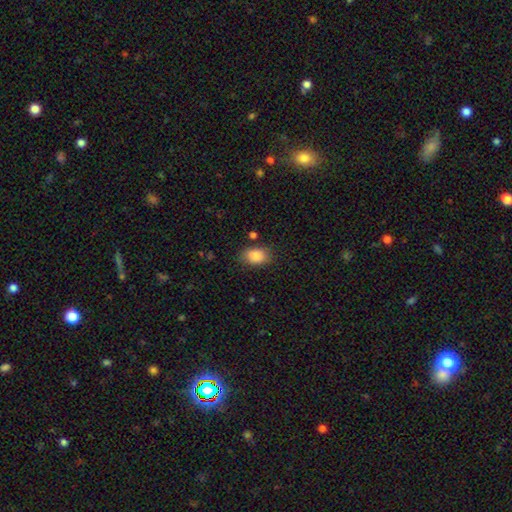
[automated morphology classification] This appears to be a smooth galaxy with no disk features (86%) that is in between round and cigar-shaped (83%). Merging: none (76%).